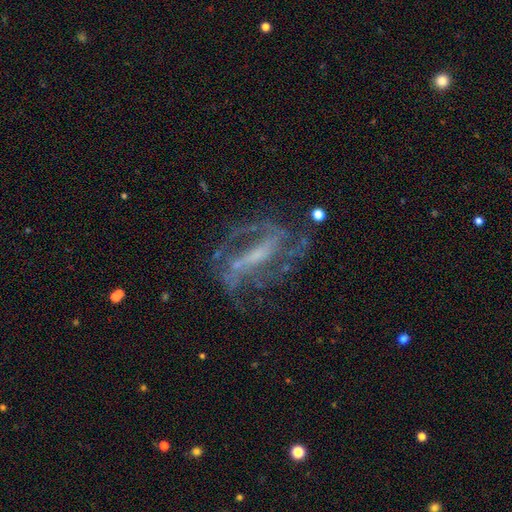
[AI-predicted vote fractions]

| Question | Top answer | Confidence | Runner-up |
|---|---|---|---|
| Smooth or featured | featured or disk | 85% | star or artifact (9%) |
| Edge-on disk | no | 91% | yes (9%) |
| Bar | strong | 57% | weak (29%) |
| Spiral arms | yes | 92% | no (8%) |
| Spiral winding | medium | 48% | tight (29%) |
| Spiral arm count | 2 | 61% | can't tell (16%) |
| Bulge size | small | 41% | none (30%) |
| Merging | none | 63% | major disturbance (17%) |